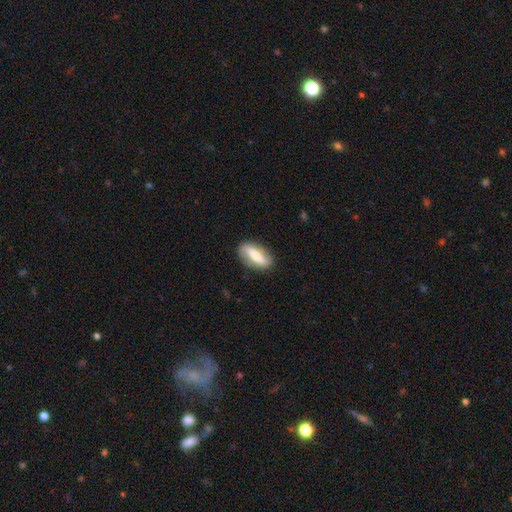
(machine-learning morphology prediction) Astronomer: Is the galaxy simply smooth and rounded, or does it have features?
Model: featured or disk — 56% (runner-up: smooth, 38%).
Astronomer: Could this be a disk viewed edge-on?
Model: no — 80%.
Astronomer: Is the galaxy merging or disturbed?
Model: none — 85%.